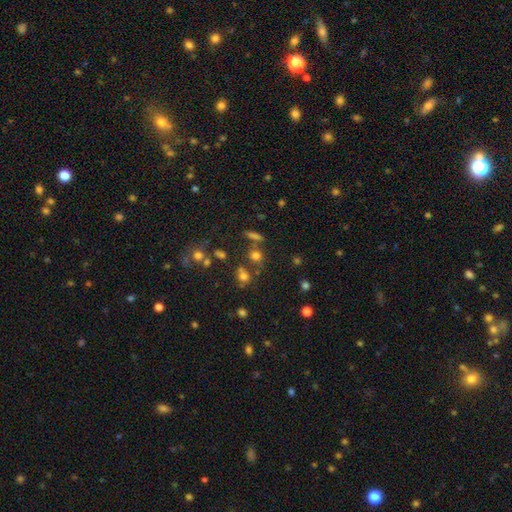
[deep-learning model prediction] The model was most divided on "merging": none: 64%, merger: 21%, minor disturbance: 11%, major disturbance: 5%. More confident: how rounded — round (78%); smooth or featured — smooth (68%).